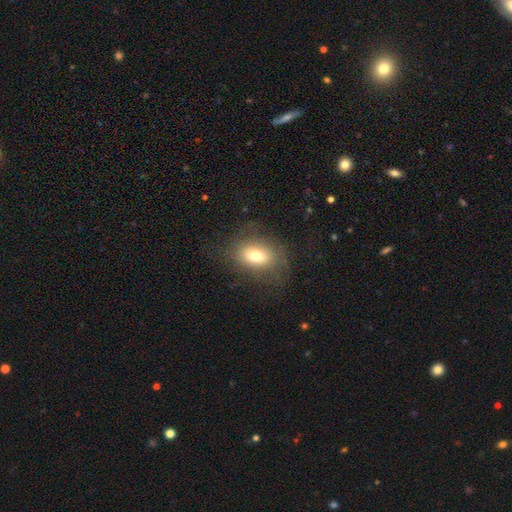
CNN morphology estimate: Smooth or featured? smooth (71%)
How rounded? in between (78%)
Merging? none (72%)